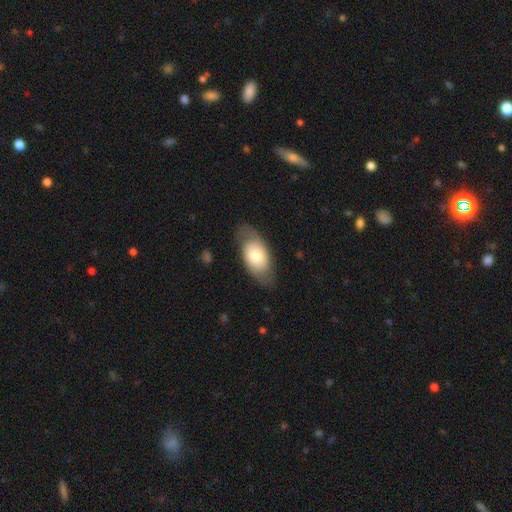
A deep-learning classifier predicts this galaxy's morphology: Smooth or featured? smooth (63%)
How rounded? in between (90%)
Merging? none (74%)